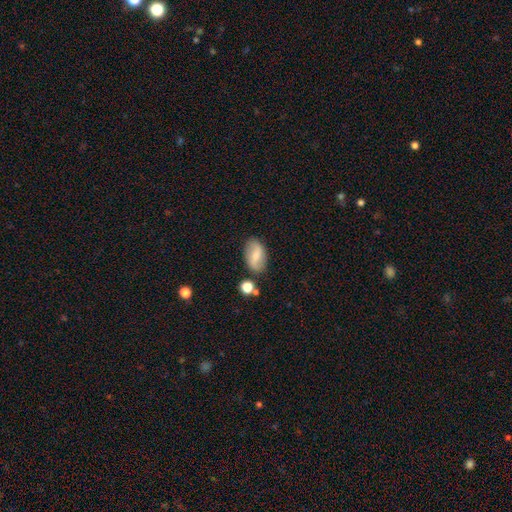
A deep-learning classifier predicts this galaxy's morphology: The model was most divided on "smooth or featured": smooth: 57%, featured or disk: 35%, star or artifact: 8%. More confident: how rounded — in between (90%); merging — none (80%).